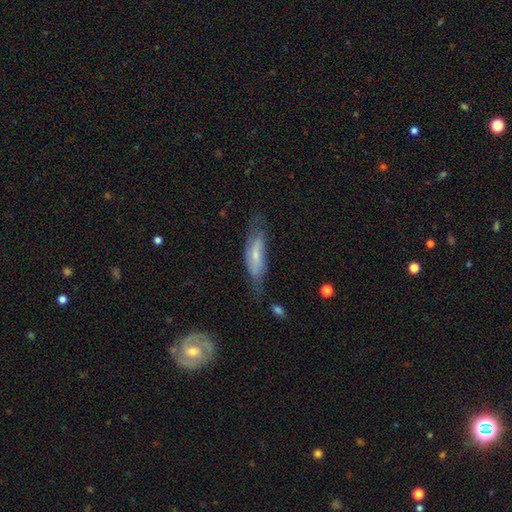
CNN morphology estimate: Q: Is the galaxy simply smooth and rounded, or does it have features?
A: featured or disk — 47%.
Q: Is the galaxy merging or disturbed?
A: none — 49%.